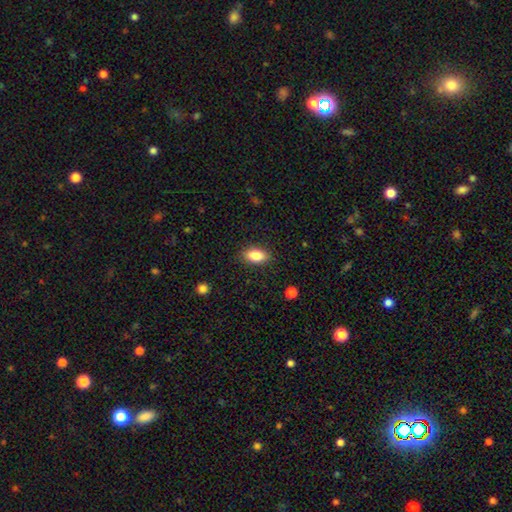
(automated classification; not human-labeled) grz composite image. It shows a smooth galaxy with no disk features (85%) that is in between round and cigar-shaped (89%). Merging: none (87%).